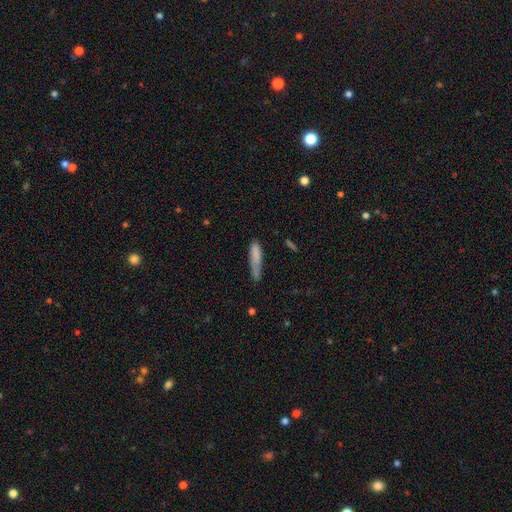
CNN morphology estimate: smooth_or_featured: smooth (p=0.77) [alt: featured or disk p=0.15]
how_rounded: cigar-shaped (p=0.83) [alt: in between p=0.15]
merging: none (p=0.50) [alt: minor disturbance p=0.31]